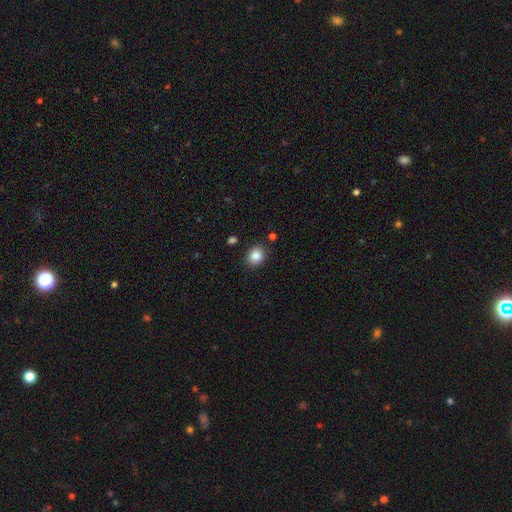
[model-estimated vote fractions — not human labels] Q: Smooth or featured?
A: smooth (86%); runner-up: star or artifact (10%)
Q: How rounded?
A: round (62%); runner-up: in between (37%)
Q: Merging?
A: none (86%); runner-up: minor disturbance (9%)